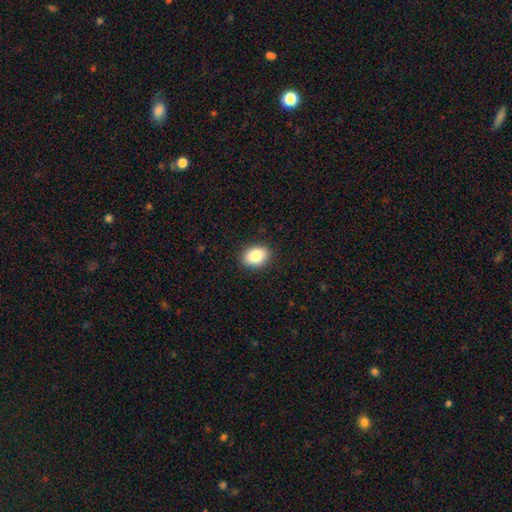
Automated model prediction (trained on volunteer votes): This appears to be a smooth galaxy with no disk features (85%) that is in between round and cigar-shaped (73%). Merging: none (89%).